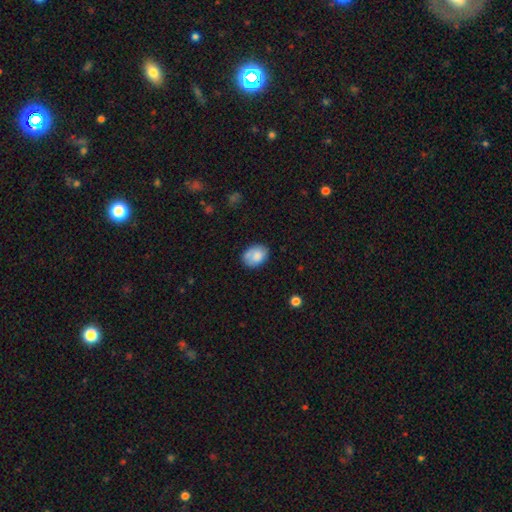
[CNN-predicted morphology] This appears to be a smooth galaxy with no disk features (78%) that is in between round and cigar-shaped (74%). Merging: none (66%).